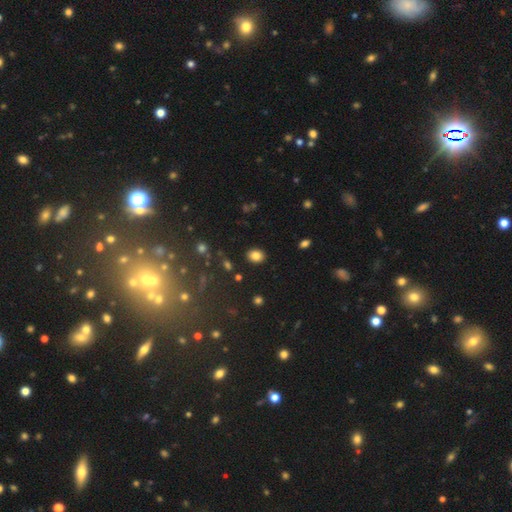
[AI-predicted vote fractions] Overall: smooth (83%). How rounded: in between (61%; round 39%). Merging: none (88%).